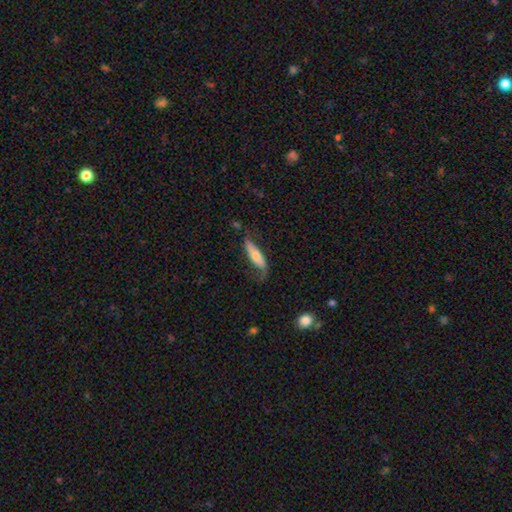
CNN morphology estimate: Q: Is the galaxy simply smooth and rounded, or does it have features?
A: featured or disk — 48%.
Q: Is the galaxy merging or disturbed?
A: none — 56%.